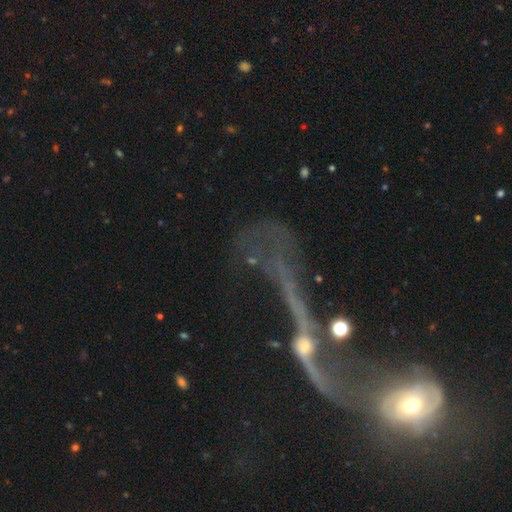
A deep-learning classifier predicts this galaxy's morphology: Smooth or featured?
  - featured or disk: 61% *
  - star or artifact: 22%
  - smooth: 17%
Edge-on disk?
  - no: 67% *
  - yes: 33%
Merging?
  - major disturbance: 39% *
  - merger: 29%
  - none: 21%
  - minor disturbance: 11%